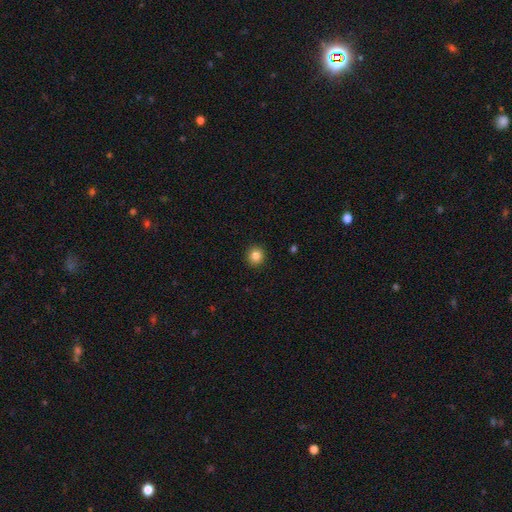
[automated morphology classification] Smooth or featured? smooth (86%)
How rounded? round (91%)
Merging? none (92%)